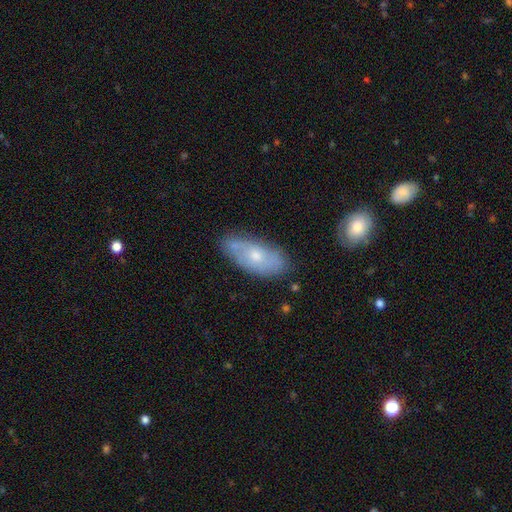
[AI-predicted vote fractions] smooth-or-featured: smooth: 51% | featured or disk: 42% | star or artifact: 7%
  how-rounded: in between: 87% | cigar-shaped: 10% | round: 3%
  merging: none: 64% | minor disturbance: 24% | merger: 7% | major disturbance: 5%